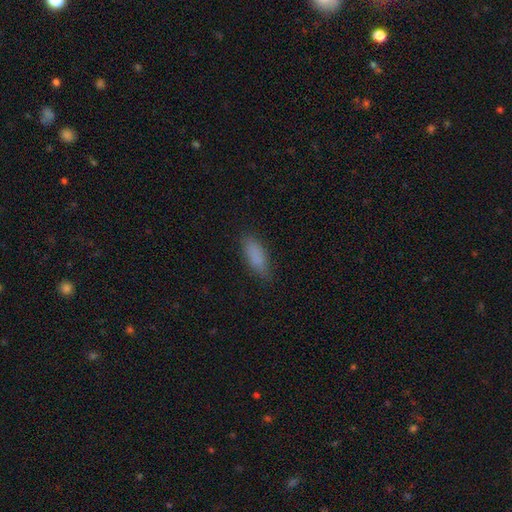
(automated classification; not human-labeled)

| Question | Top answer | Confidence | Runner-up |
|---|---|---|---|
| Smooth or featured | smooth | 85% | star or artifact (8%) |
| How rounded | in between | 64% | cigar-shaped (34%) |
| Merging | none | 80% | minor disturbance (15%) |